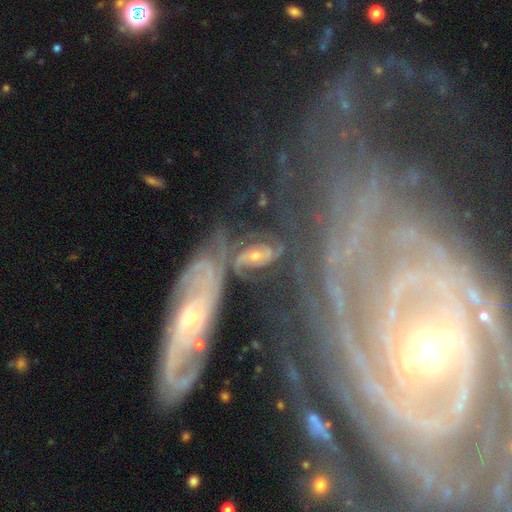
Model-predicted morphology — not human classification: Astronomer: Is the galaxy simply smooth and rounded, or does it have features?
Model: featured or disk — 63%.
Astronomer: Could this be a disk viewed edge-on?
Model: no — 87%.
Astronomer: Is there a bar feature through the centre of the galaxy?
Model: no — 51% (runner-up: weak, 30%).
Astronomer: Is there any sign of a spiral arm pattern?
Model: yes — 81%.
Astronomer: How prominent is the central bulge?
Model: small — 49% (runner-up: moderate, 39%).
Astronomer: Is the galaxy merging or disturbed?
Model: none — 50%.